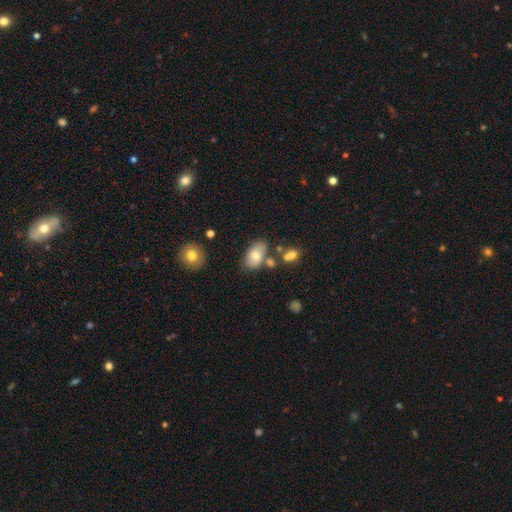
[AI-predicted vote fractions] This appears to be a smooth galaxy with no disk features (72%) that is in between round and cigar-shaped (91%). Merging: none (62%).